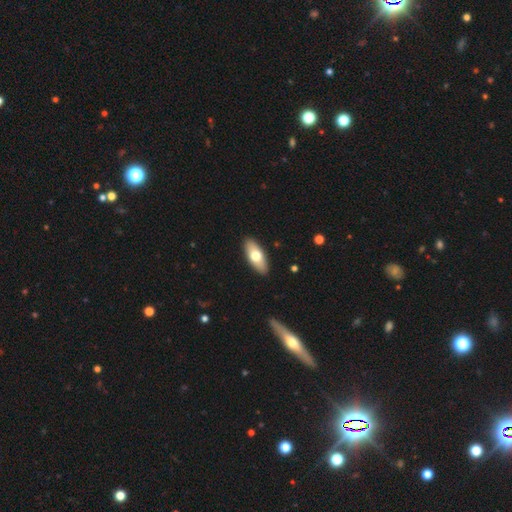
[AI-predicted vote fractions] Q: Smooth or featured?
A: smooth (67%); runner-up: featured or disk (28%)
Q: How rounded?
A: in between (81%); runner-up: cigar-shaped (16%)
Q: Merging?
A: none (91%); runner-up: minor disturbance (7%)